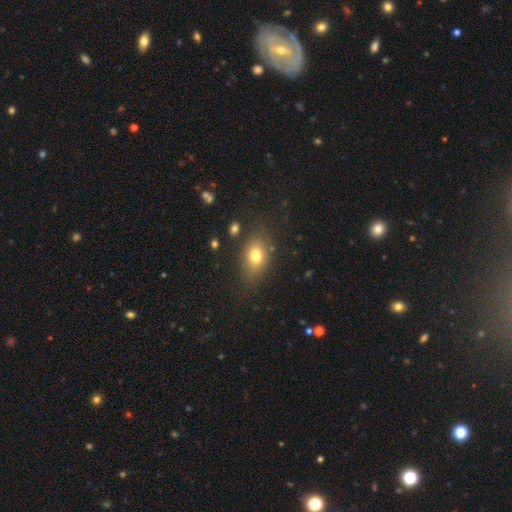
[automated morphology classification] This is likely a smooth galaxy (76%). How rounded: likely in between (76%). Merging: likely none (78%).